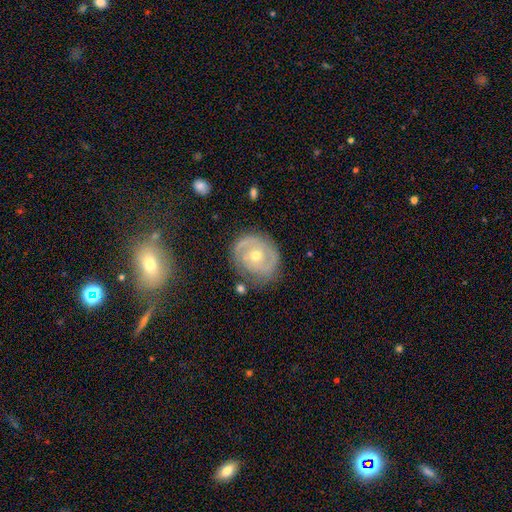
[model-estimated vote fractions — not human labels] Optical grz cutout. It shows a featured or disk galaxy (78%) with no bar (67%), 2 (62%) tight (59%) spiral arms (83%) and a moderate central bulge (59%). Merging: none (74%).